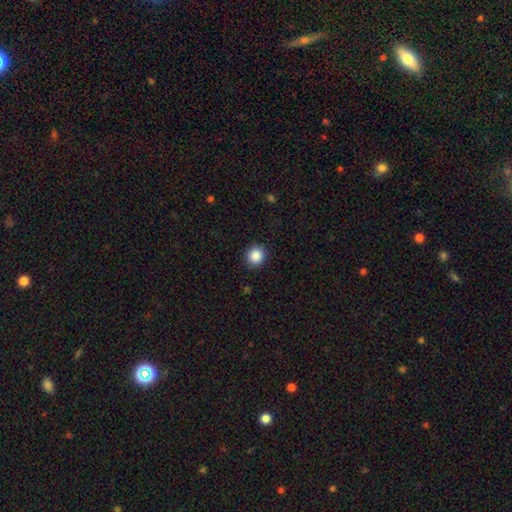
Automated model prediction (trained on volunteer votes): This appears to be a smooth galaxy with no disk features (87%) that is round (90%). Merging: none (91%).